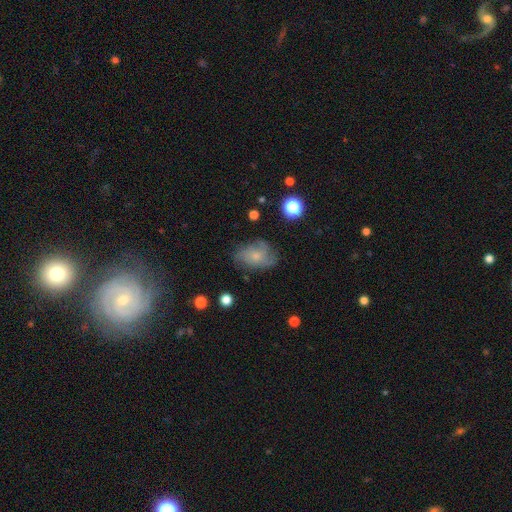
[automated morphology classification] Smooth or featured: featured or disk — 49% (smooth — 40%)
Merging: none — 61% (minor disturbance — 25%)